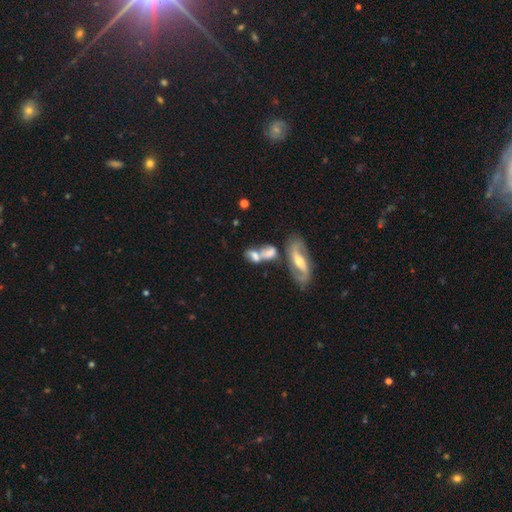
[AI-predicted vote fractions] Smooth or featured: featured or disk — 45% (smooth — 44%)
Merging: merger — 49% (none — 30%)